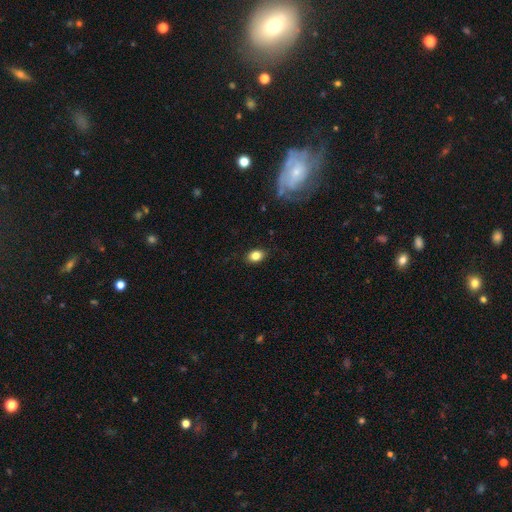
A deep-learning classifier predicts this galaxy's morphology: smooth_or_featured: smooth (p=0.83) [alt: star or artifact p=0.09]
how_rounded: in between (p=0.73) [alt: round p=0.26]
merging: none (p=0.85) [alt: minor disturbance p=0.11]